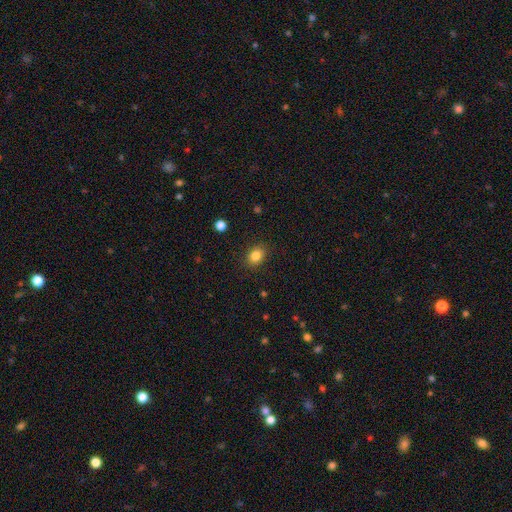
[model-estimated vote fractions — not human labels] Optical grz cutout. It shows a smooth galaxy with no disk features (84%) that is in between round and cigar-shaped (58%). Merging: none (88%).